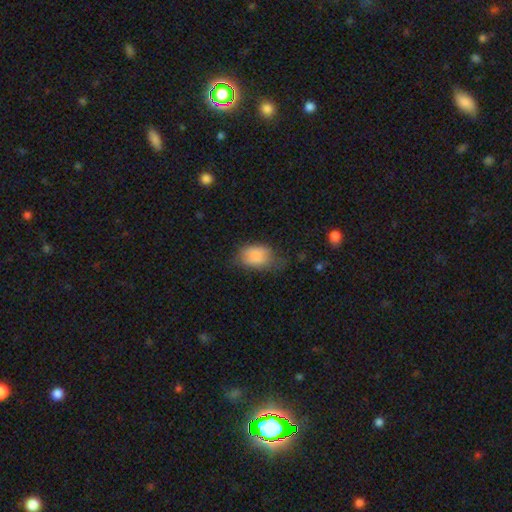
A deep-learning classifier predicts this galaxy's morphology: smooth 80%, featured or disk 11%, star or artifact 9%. Down the decision tree: how rounded — in between (81%); merging — none (41%).